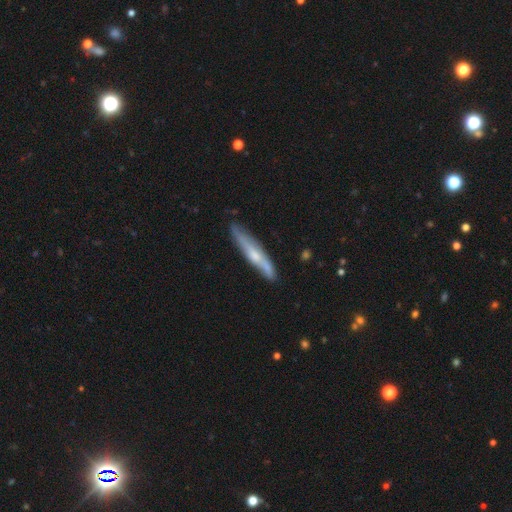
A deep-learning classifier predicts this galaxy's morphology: Smooth or featured: featured or disk — 54% (smooth — 41%)
Edge-on disk: yes — 80% (no — 20%)
Merging: none — 76% (minor disturbance — 19%)